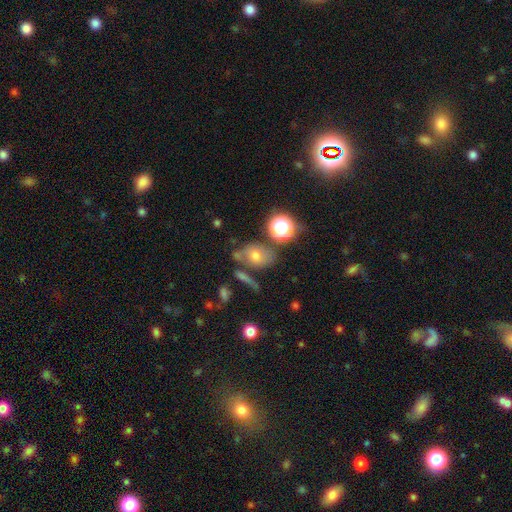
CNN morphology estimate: Smooth or featured? Predicted: smooth (p=0.63). How rounded? Predicted: in between (p=0.65). Merging? Predicted: none (p=0.56).